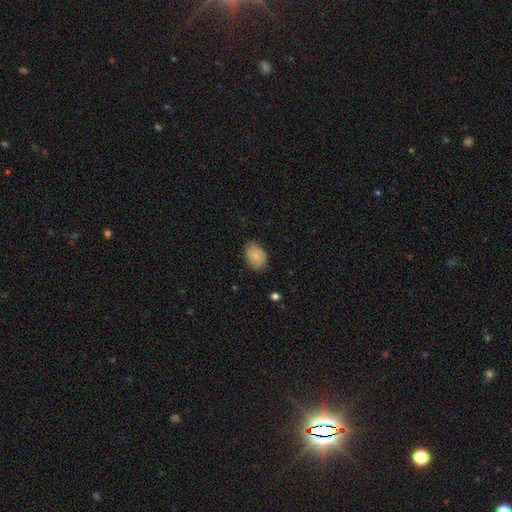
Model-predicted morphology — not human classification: smooth-or-featured: smooth: 77% | featured or disk: 15% | star or artifact: 7%
  how-rounded: in between: 78% | round: 21% | cigar-shaped: 1%
  merging: none: 77% | minor disturbance: 18% | major disturbance: 4% | merger: 1%